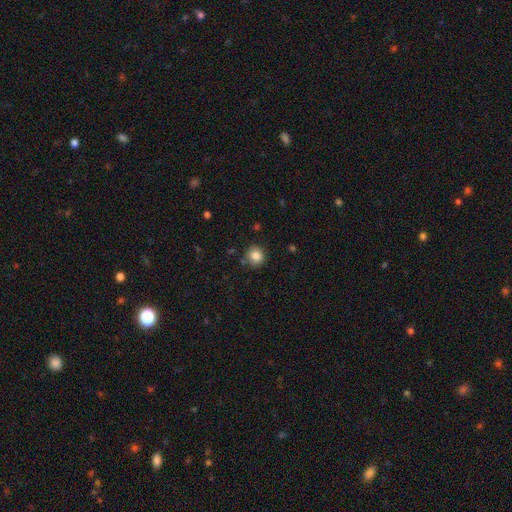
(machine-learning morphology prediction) This is clearly a smooth galaxy (85%). How rounded: clearly round (91%). Merging: clearly none (84%).